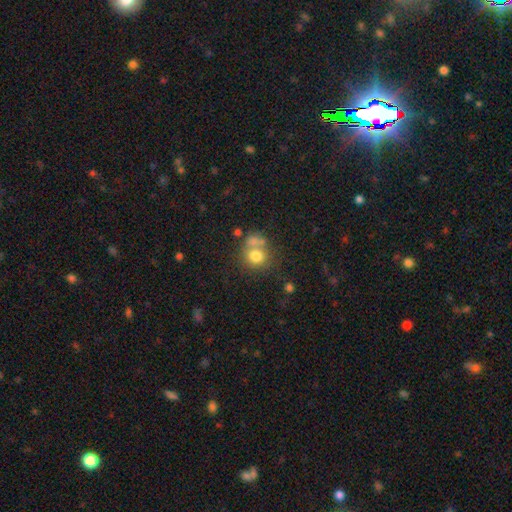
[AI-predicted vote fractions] Smooth or featured? Predicted: smooth (p=0.75). How rounded? Predicted: round (p=0.82). Merging? Predicted: none (p=0.47).